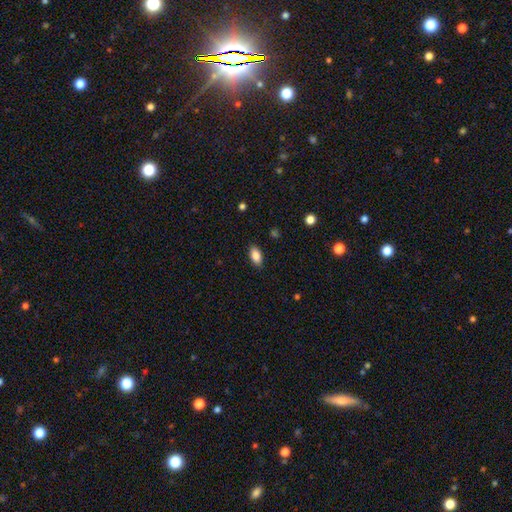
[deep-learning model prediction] smooth 85%, star or artifact 8%, featured or disk 7%. Down the decision tree: how rounded — in between (91%); merging — none (87%).